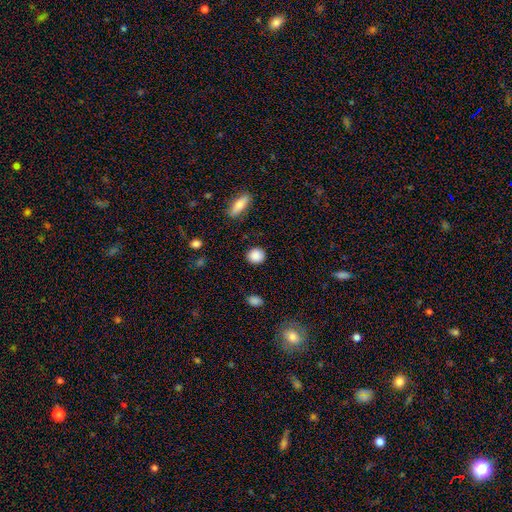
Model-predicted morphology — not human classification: A smooth galaxy with no disk features (88%) that is round (84%). Merging: none (90%).